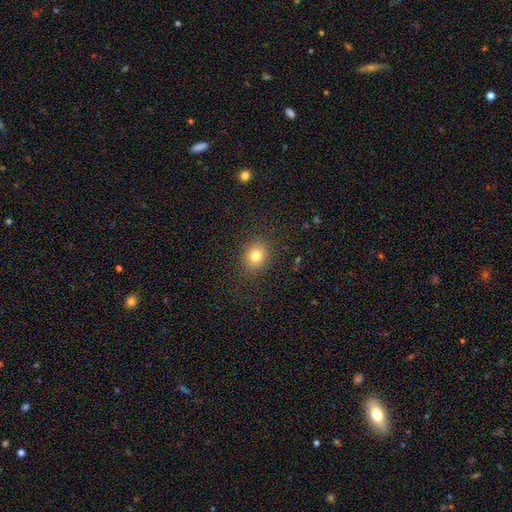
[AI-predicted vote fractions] smooth_or_featured: smooth (p=0.79) [alt: star or artifact p=0.12]
how_rounded: round (p=0.62) [alt: in between p=0.38]
merging: none (p=0.87) [alt: minor disturbance p=0.09]